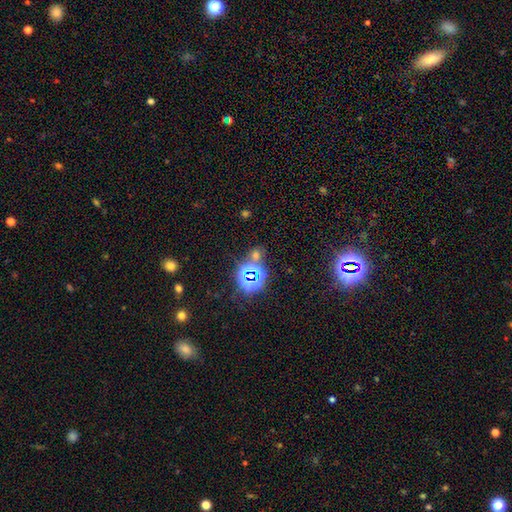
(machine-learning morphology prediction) type=star or artifact (53%).